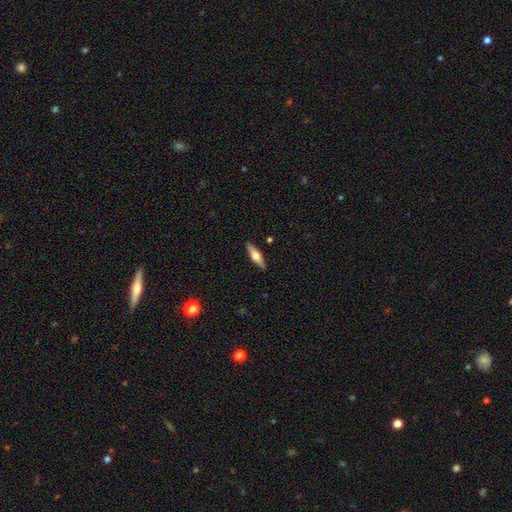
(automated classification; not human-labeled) A smooth galaxy with no disk features (47%, tied with featured or disk).

Vote fractions:
- Smooth or featured? smooth: 47% (tied) / featured or disk: 47% (tied) / star or artifact: 6%
- Merging? none: 90% / minor disturbance: 7% / major disturbance: 2% / merger: 1%